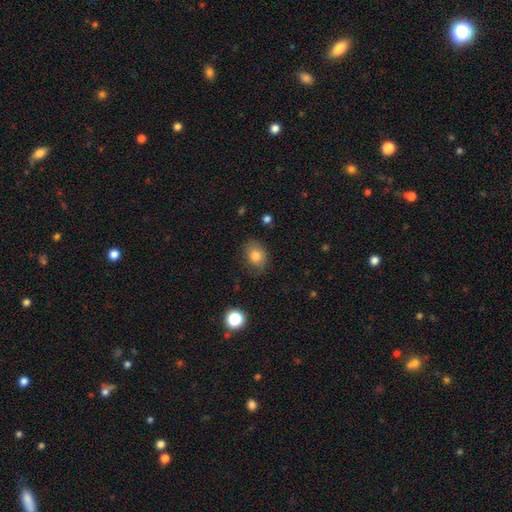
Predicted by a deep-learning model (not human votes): This appears to be a smooth galaxy with no disk features (79%) that is in between round and cigar-shaped (59%). Merging: none (69%).